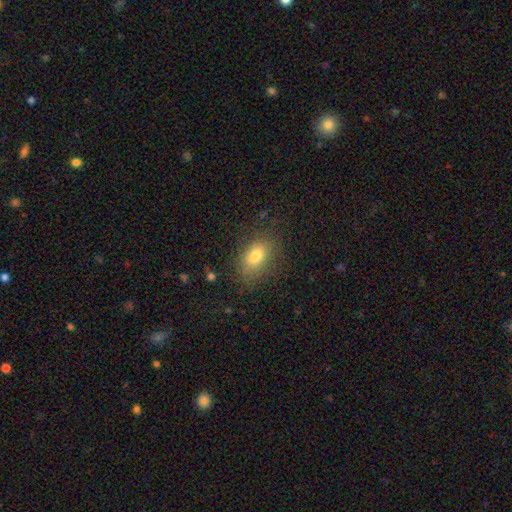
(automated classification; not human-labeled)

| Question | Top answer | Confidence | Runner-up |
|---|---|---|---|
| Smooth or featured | smooth | 76% | featured or disk (13%) |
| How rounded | in between | 84% | round (13%) |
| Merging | none | 74% | minor disturbance (17%) |